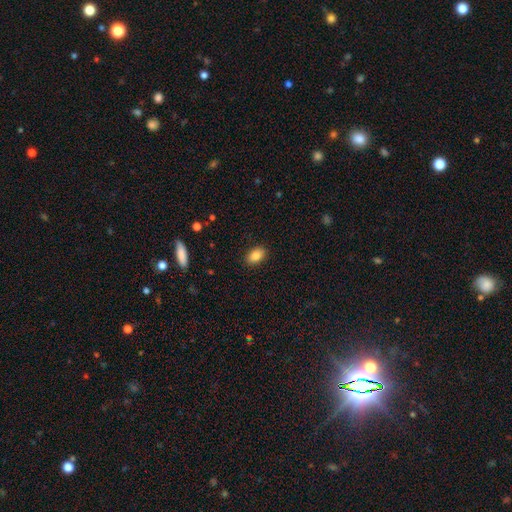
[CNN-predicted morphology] Overall: smooth (86%). How rounded: in between (90%). Merging: none (89%).